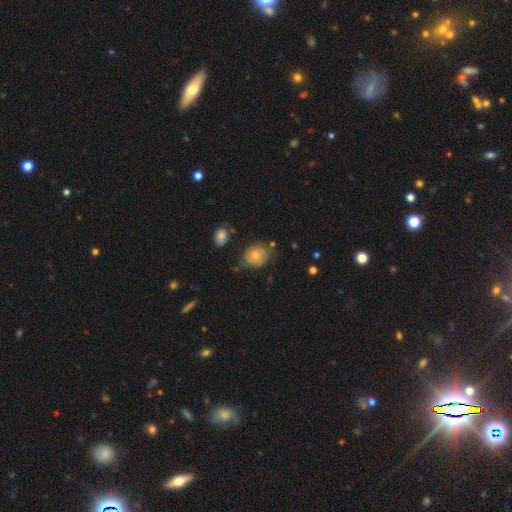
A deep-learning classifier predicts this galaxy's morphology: smooth 64%, featured or disk 26%, star or artifact 9%. Down the decision tree: how rounded — round (65%); merging — none (59%).